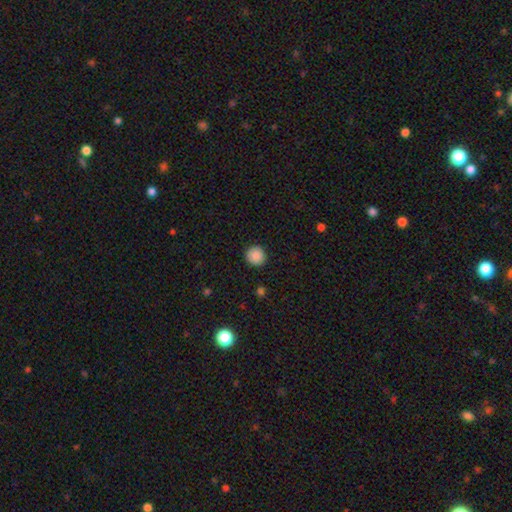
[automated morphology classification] smooth-or-featured: smooth: 88% | star or artifact: 9% | featured or disk: 3%
  how-rounded: round: 94% | in between: 6% | cigar-shaped: 1%
  merging: none: 92% | minor disturbance: 5% | major disturbance: 2% | merger: 1%